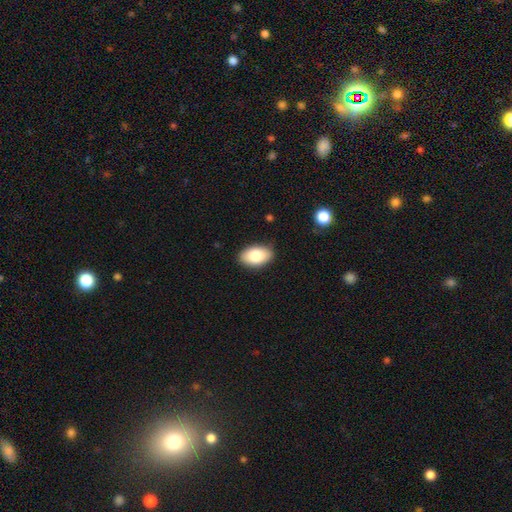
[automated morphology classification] This is clearly a smooth galaxy (81%). How rounded: clearly in between (92%). Merging: clearly none (86%).